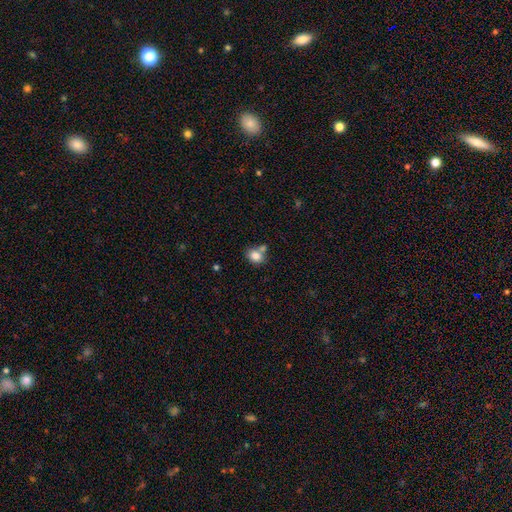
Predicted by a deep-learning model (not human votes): A smooth galaxy with no disk features (82%) that is in between round and cigar-shaped (57%).

Vote fractions:
- Smooth or featured? smooth: 82% / star or artifact: 10% / featured or disk: 8%
- How rounded? in between: 57% / round: 42% / cigar-shaped: 1%
- Merging? none: 53% / merger: 29% / minor disturbance: 13% / major disturbance: 4%